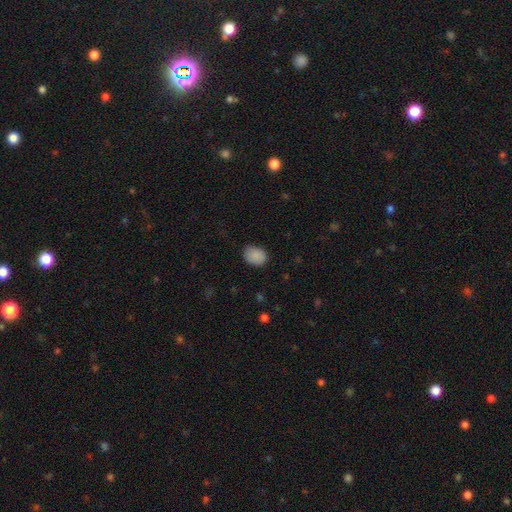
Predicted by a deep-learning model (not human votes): Smooth or featured: smooth — 89% (star or artifact — 8%)
How rounded: in between — 64% (round — 35%)
Merging: none — 82% (minor disturbance — 14%)